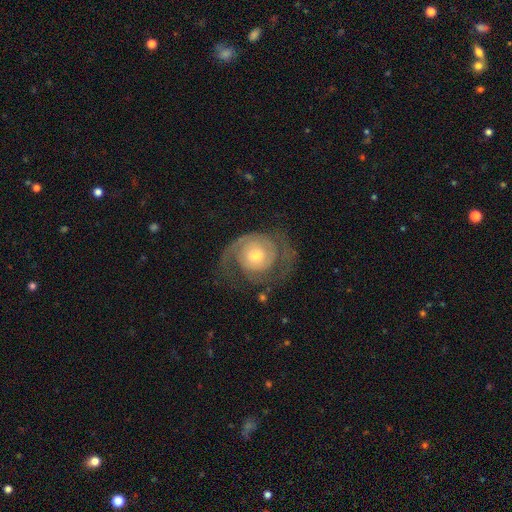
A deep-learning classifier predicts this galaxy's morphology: A featured or disk galaxy (85%) with no bar (71%), 2 (70%) tight (53%) spiral arms (95%) and a moderate central bulge (62%). Merging: none (67%).